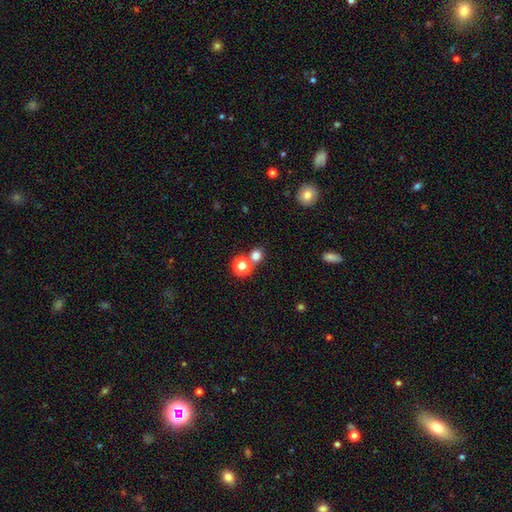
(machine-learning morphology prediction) type=smooth (75%); roundness=round (87%); merging=none (69%).